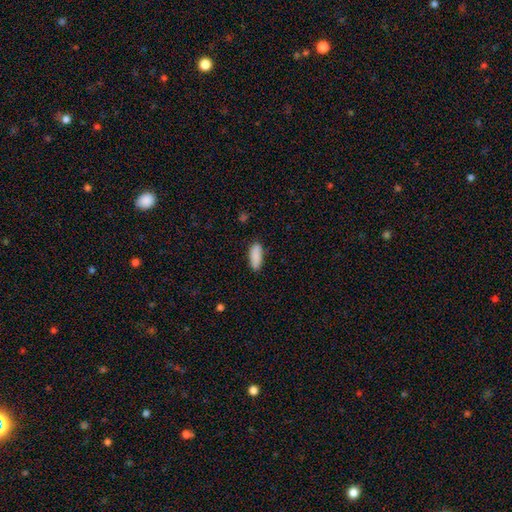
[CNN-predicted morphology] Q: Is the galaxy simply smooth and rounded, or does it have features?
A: smooth — 89%.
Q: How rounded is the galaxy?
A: in between — 75%.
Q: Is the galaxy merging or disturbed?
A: none — 86%.